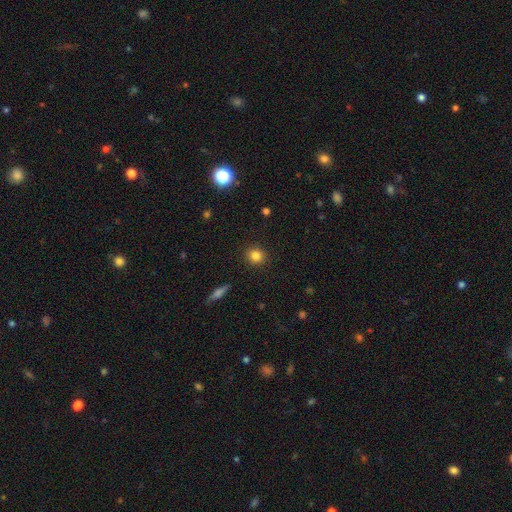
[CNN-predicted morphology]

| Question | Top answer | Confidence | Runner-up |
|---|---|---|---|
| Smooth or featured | smooth | 82% | star or artifact (12%) |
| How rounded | round | 88% | in between (11%) |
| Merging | none | 91% | minor disturbance (6%) |